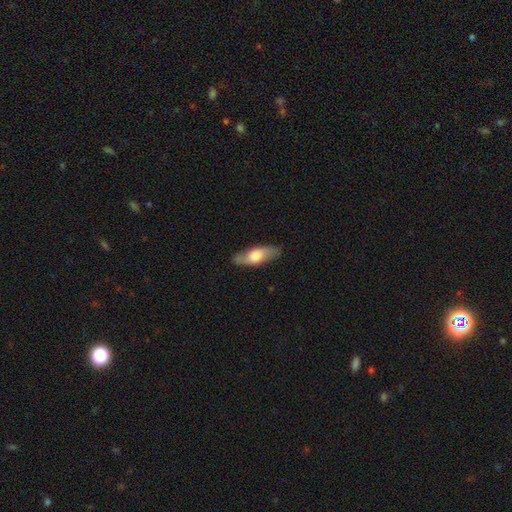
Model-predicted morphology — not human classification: Smooth or featured: smooth — 50% (featured or disk — 44%)
How rounded: in between — 59% (cigar-shaped — 37%)
Merging: none — 85% (minor disturbance — 12%)